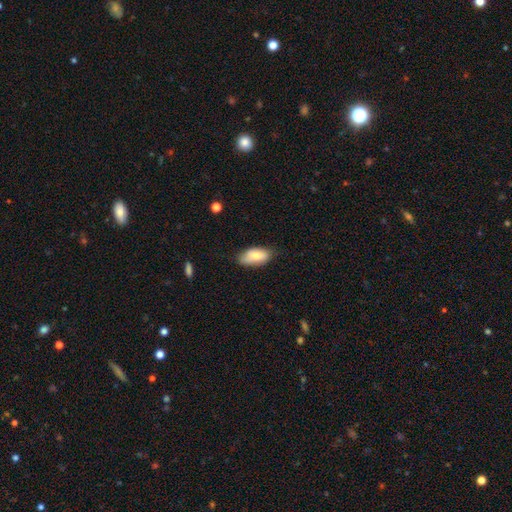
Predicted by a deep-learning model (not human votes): smooth_or_featured: smooth (p=0.77) [alt: featured or disk p=0.16]
how_rounded: in between (p=0.92) [alt: cigar-shaped p=0.05]
merging: none (p=0.64) [alt: minor disturbance p=0.29]